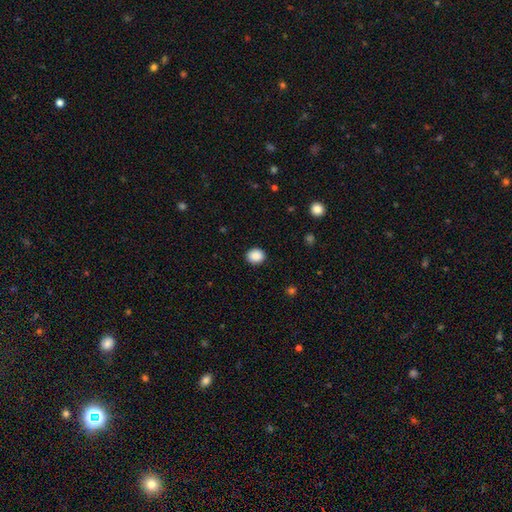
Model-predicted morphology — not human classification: Smooth or featured: smooth — 89% (star or artifact — 8%)
How rounded: round — 66% (in between — 34%)
Merging: none — 90% (minor disturbance — 7%)